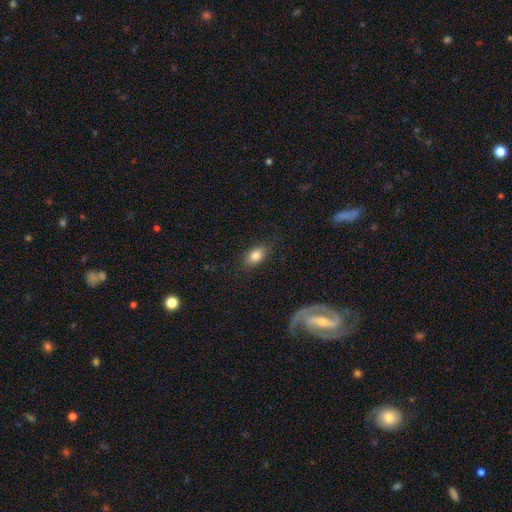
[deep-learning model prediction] smooth-or-featured: smooth: 80% | featured or disk: 11% | star or artifact: 9%
  how-rounded: in between: 80% | round: 16% | cigar-shaped: 3%
  merging: none: 81% | minor disturbance: 14% | major disturbance: 4% | merger: 1%